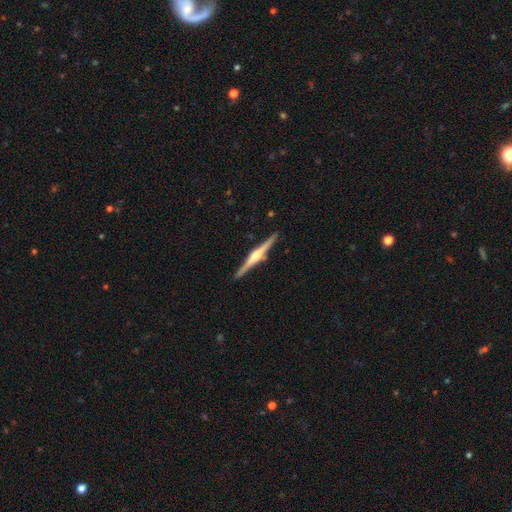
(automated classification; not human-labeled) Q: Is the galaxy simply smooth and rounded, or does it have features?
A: featured or disk — 83%.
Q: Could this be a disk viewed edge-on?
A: yes — 99%.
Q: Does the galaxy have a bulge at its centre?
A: rounded — 89%.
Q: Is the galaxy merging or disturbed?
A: none — 91%.